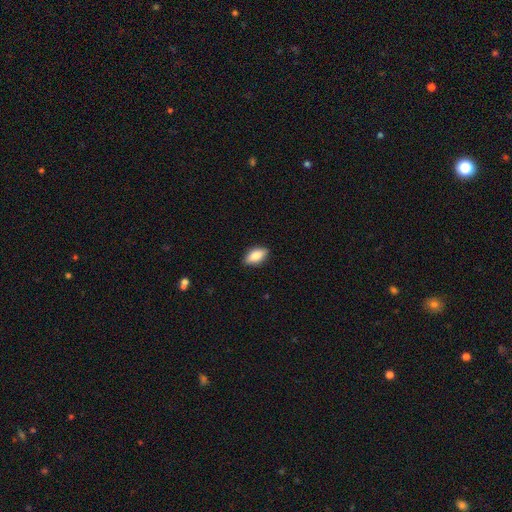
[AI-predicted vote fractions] smooth-or-featured: smooth: 82% | featured or disk: 11% | star or artifact: 7%
  how-rounded: in between: 88% | cigar-shaped: 8% | round: 4%
  merging: none: 88% | minor disturbance: 10% | major disturbance: 2% | merger: 1%